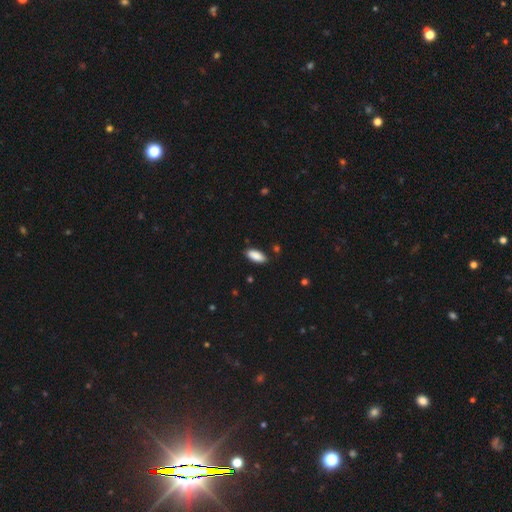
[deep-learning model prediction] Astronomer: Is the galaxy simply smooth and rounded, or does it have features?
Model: smooth — 89%.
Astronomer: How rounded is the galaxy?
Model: in between — 85%.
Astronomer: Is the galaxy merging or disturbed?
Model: none — 86%.